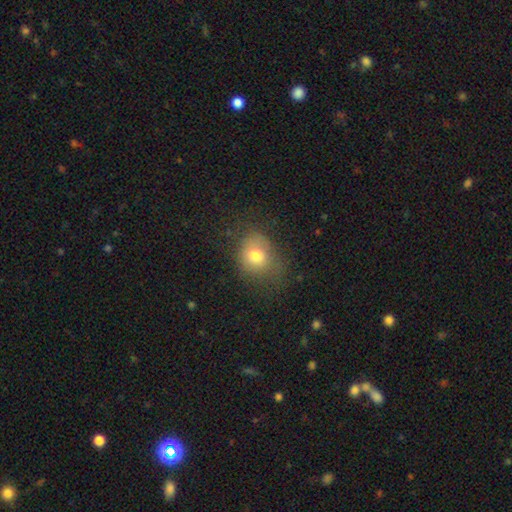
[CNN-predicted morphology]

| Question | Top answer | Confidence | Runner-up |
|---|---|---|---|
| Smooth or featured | smooth | 74% | featured or disk (13%) |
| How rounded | round | 62% | in between (37%) |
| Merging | none | 60% | minor disturbance (24%) |